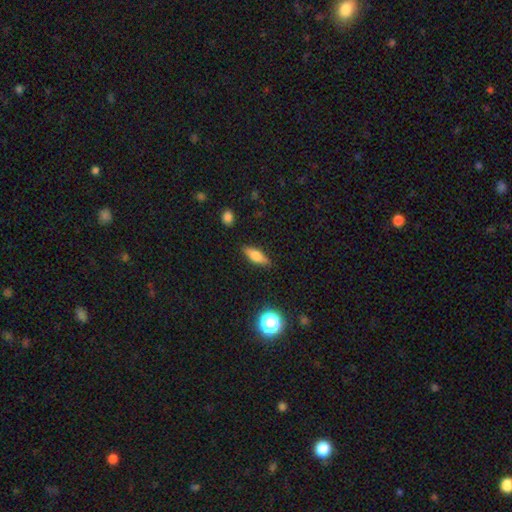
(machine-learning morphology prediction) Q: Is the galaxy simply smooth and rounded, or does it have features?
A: smooth — 66%.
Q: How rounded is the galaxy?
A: in between — 57%.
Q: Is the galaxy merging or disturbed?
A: none — 85%.